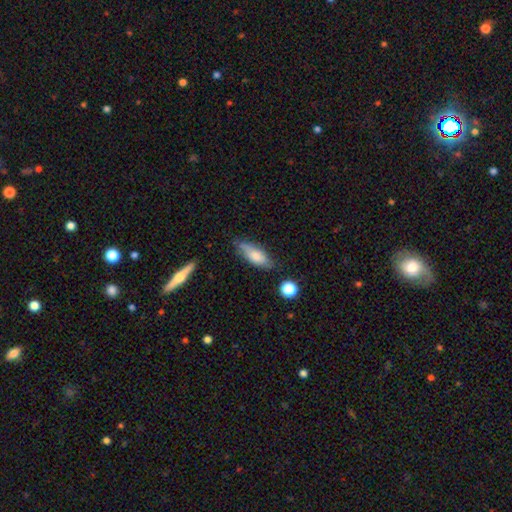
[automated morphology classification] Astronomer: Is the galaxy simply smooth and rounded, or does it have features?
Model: smooth — 72%.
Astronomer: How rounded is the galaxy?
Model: in between — 66%.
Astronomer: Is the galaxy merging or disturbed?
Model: none — 65%.